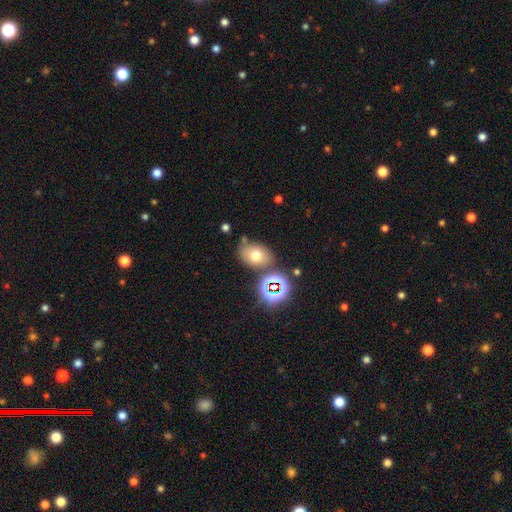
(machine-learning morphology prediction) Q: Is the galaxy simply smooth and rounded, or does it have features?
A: smooth — 66%.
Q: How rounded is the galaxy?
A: in between — 69%.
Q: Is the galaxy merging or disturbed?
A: none — 68%.